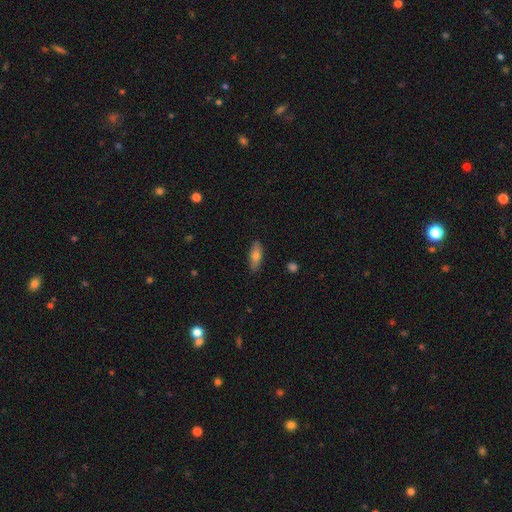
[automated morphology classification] The model was most divided on "how rounded": in between: 70%, cigar-shaped: 27%, round: 3%. More confident: merging — none (86%); smooth or featured — smooth (73%).